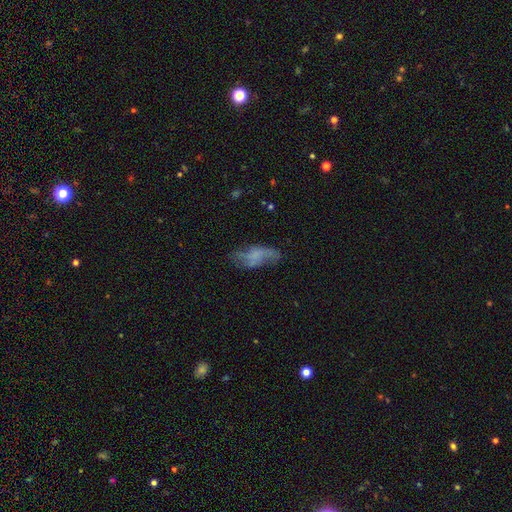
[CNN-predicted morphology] type=featured or disk (46%); merging=none (45%).